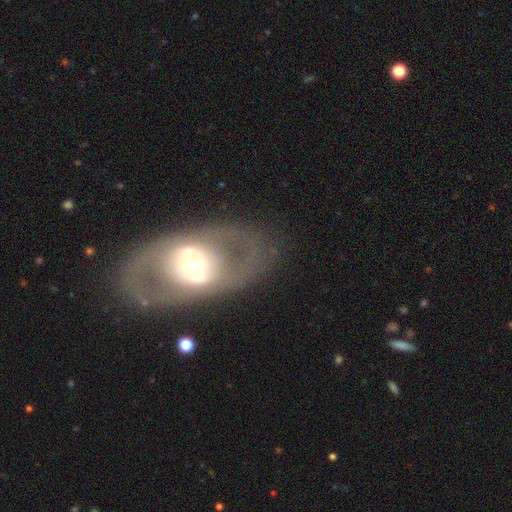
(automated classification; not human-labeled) smooth-or-featured: featured or disk: 70% | smooth: 23% | star or artifact: 7%
  disk-edge-on: no: 91% | yes: 9%
    bar: no: 67% | weak: 20% | strong: 13%
    has-spiral-arms: no: 62% | yes: 38%
    bulge-size: moderate: 50% | small: 28% | large: 17% | dominant: 4% | none: 1%
  merging: none: 78% | minor disturbance: 10% | major disturbance: 10% | merger: 2%